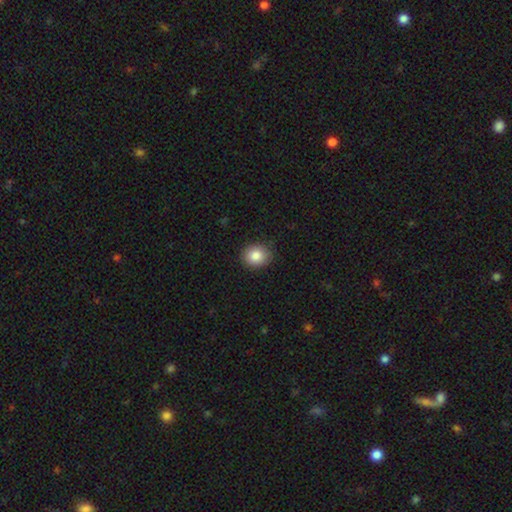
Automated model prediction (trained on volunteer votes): Smooth or featured? Predicted: smooth (p=0.85). How rounded? Predicted: round (p=0.66). Merging? Predicted: none (p=0.87).